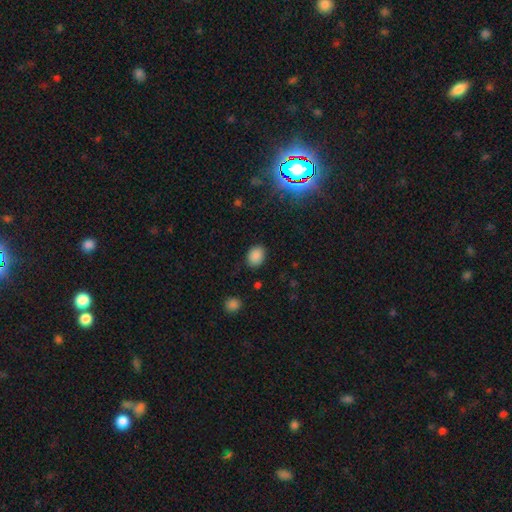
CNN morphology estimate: Smooth or featured? smooth (86%)
How rounded? in between (64%)
Merging? none (85%)